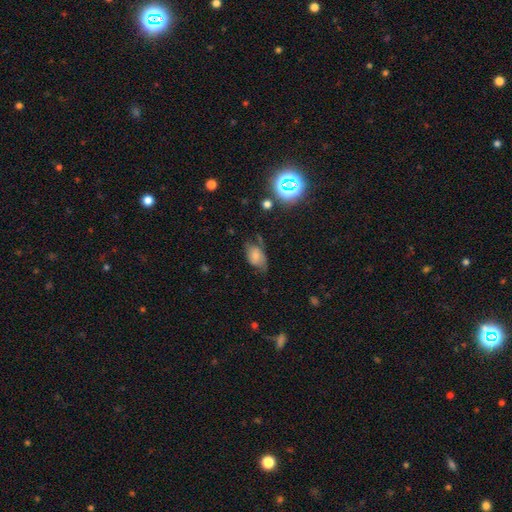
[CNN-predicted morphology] The model was most divided on "merging": none: 45%, minor disturbance: 36%, major disturbance: 16%, merger: 3%. More confident: how rounded — in between (87%); smooth or featured — smooth (63%).